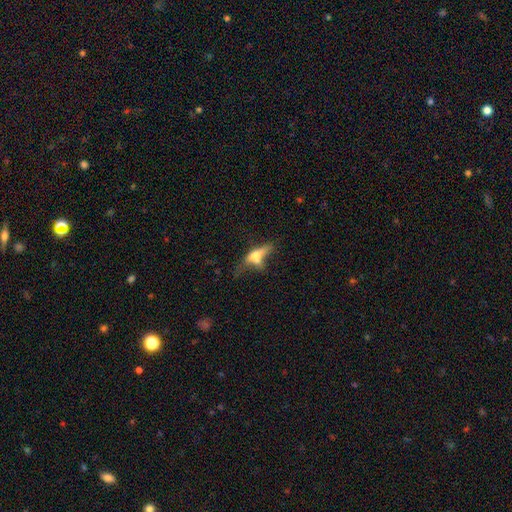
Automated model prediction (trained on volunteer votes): Morphology: type=smooth (44%, tied with featured or disk); merging=none (34%).